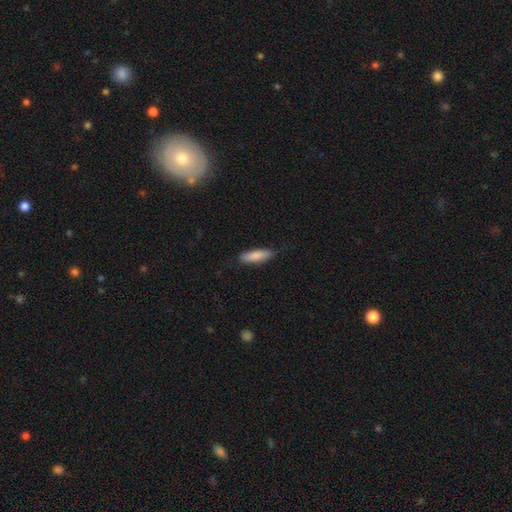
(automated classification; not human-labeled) This is clearly a smooth galaxy (84%). How rounded: possibly cigar-shaped (58%). Merging: clearly none (81%).